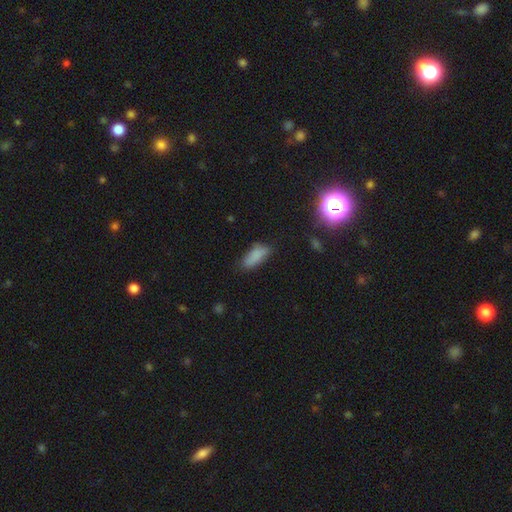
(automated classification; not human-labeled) A smooth galaxy with no disk features (82%) that is in between round and cigar-shaped (75%).

Vote fractions:
- Smooth or featured? smooth: 82% / star or artifact: 10% / featured or disk: 9%
- How rounded? in between: 75% / cigar-shaped: 23% / round: 3%
- Merging? none: 65% / minor disturbance: 25% / major disturbance: 7% / merger: 3%